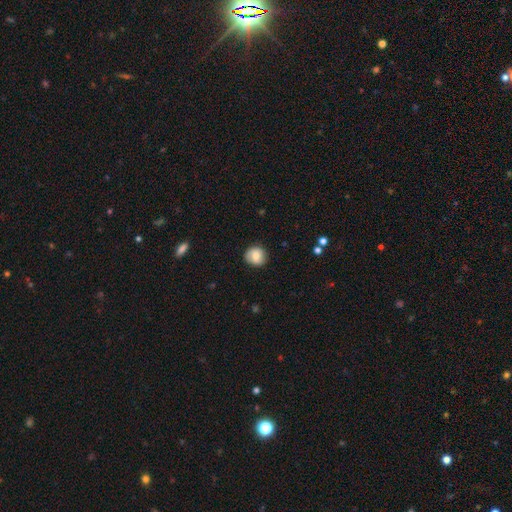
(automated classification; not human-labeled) This appears to be a smooth galaxy with no disk features (74%) that is round (87%). Merging: none (84%).